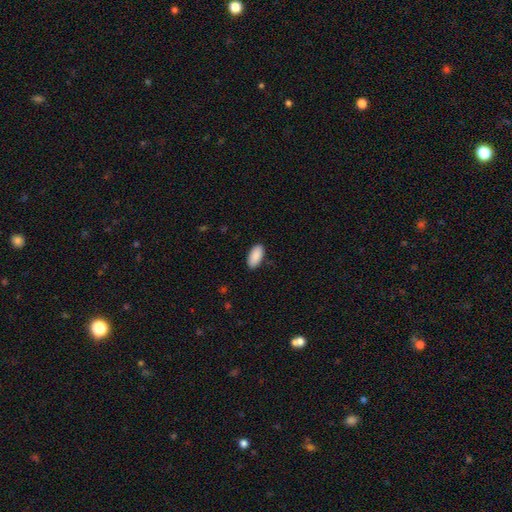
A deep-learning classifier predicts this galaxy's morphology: A smooth galaxy with no disk features (91%) that is in between round and cigar-shaped (94%). Merging: none (88%).